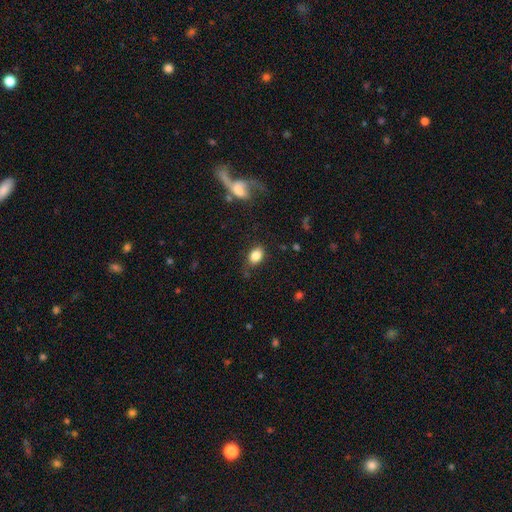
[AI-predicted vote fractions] This appears to be a smooth galaxy with no disk features (84%) that is in between round and cigar-shaped (82%). Merging: none (80%).